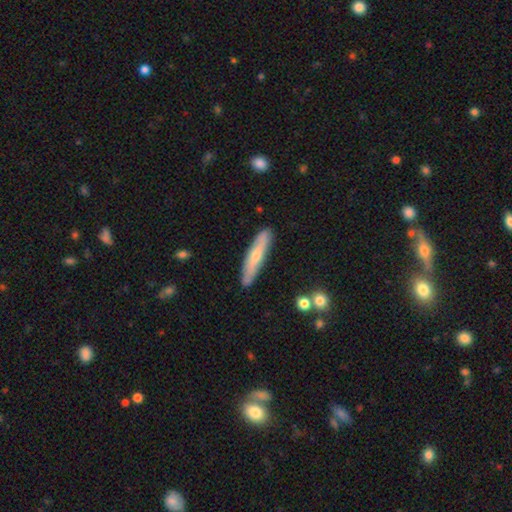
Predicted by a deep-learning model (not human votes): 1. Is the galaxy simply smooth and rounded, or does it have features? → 51% smooth, 43% featured or disk, 6% star or artifact.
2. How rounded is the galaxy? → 88% cigar-shaped, 10% in between, 1% round.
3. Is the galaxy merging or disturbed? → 86% none, 10% minor disturbance, 2% major disturbance, 2% merger.